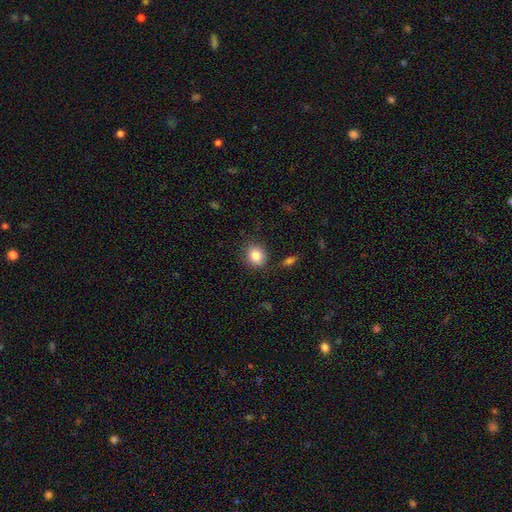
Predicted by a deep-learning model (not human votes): Q: Smooth or featured?
A: smooth (84%); runner-up: star or artifact (9%)
Q: How rounded?
A: round (78%); runner-up: in between (21%)
Q: Merging?
A: none (83%); runner-up: minor disturbance (11%)